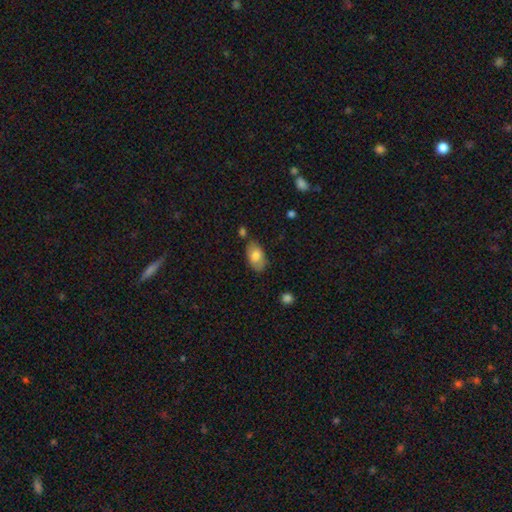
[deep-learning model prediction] Smooth or featured? Predicted: smooth (p=0.76). How rounded? Predicted: in between (p=0.93). Merging? Predicted: none (p=0.75).